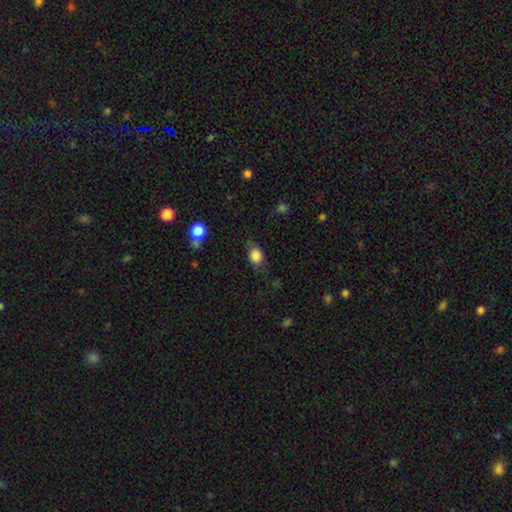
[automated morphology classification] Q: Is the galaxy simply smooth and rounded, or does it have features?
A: smooth — 86%.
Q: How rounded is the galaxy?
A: in between — 59%.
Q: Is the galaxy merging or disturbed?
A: none — 70%.